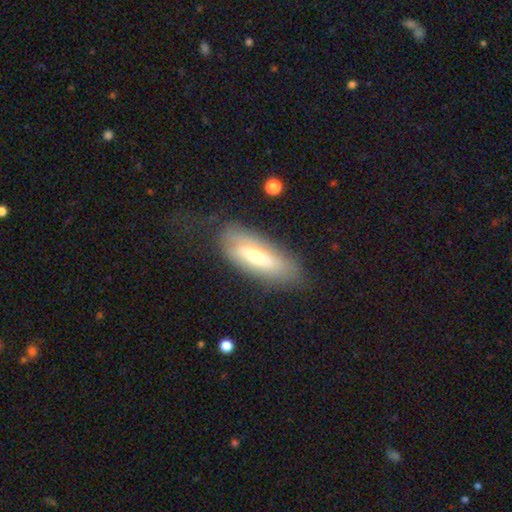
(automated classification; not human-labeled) smooth-or-featured: smooth: 53% | featured or disk: 40% | star or artifact: 7%
  how-rounded: in between: 71% | cigar-shaped: 26% | round: 3%
  merging: none: 67% | minor disturbance: 20% | major disturbance: 11% | merger: 2%